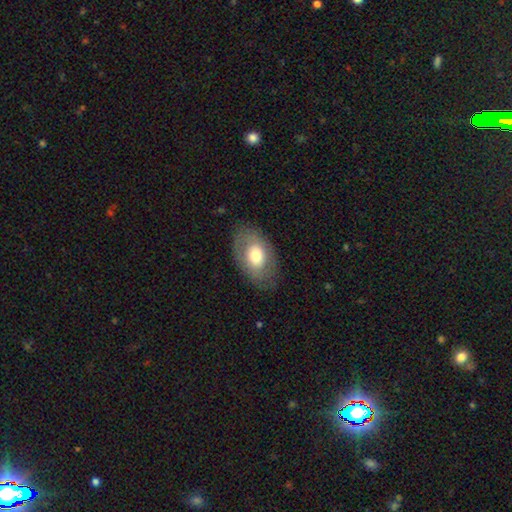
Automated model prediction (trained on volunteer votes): smooth 63%, featured or disk 30%, star or artifact 7%. Down the decision tree: how rounded — in between (89%); merging — none (77%).